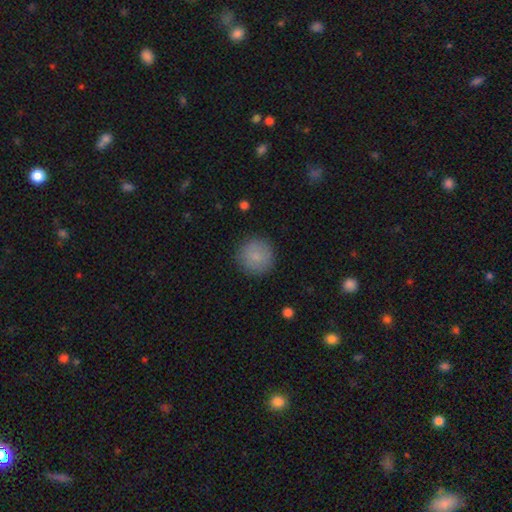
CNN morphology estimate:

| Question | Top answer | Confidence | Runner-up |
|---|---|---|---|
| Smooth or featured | smooth | 85% | star or artifact (8%) |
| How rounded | round | 94% | in between (5%) |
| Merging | none | 88% | minor disturbance (8%) |